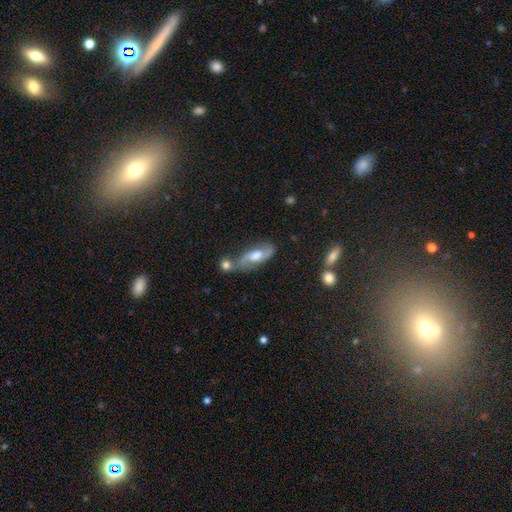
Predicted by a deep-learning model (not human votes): featured or disk 63%, smooth 29%, star or artifact 7%. Down the decision tree: edge-on disk — no (83%); bar — no (49%); spiral arms — yes (84%); bulge size — moderate (54%); merging — none (57%).